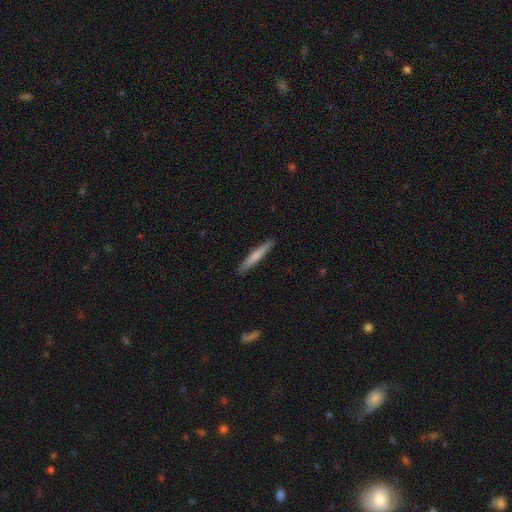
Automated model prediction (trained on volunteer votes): A smooth galaxy with no disk features (67%) that is cigar-shaped (95%). Merging: none (91%).